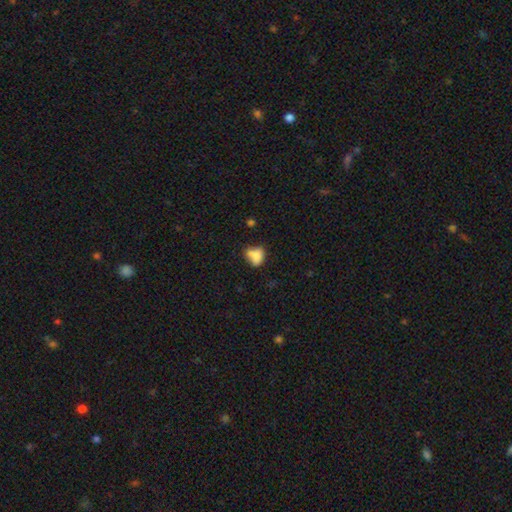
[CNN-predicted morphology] A smooth galaxy with no disk features (76%) that is in between round and cigar-shaped (65%).

Vote fractions:
- Smooth or featured? smooth: 76% / featured or disk: 13% / star or artifact: 11%
- How rounded? in between: 65% / round: 34% / cigar-shaped: 2%
- Merging? none: 37% / merger: 26% / minor disturbance: 26% / major disturbance: 11%